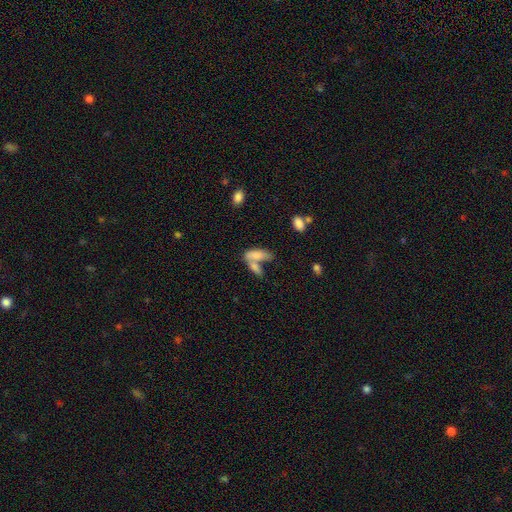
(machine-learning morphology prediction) Smooth or featured? smooth (73%)
How rounded? in between (74%)
Merging? merger (58%)